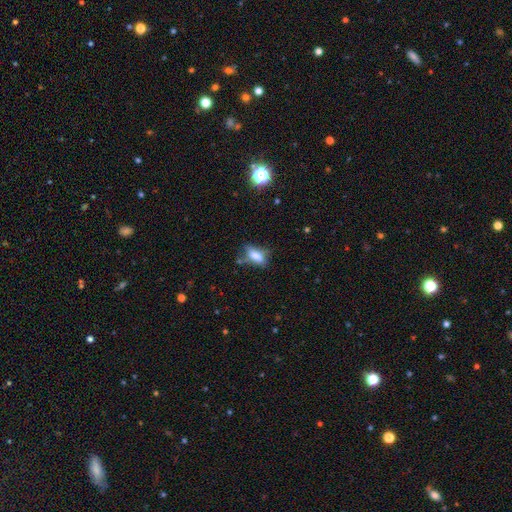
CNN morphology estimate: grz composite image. It shows a smooth galaxy with no disk features (72%) that is in between round and cigar-shaped (80%). Merging: none (52%).